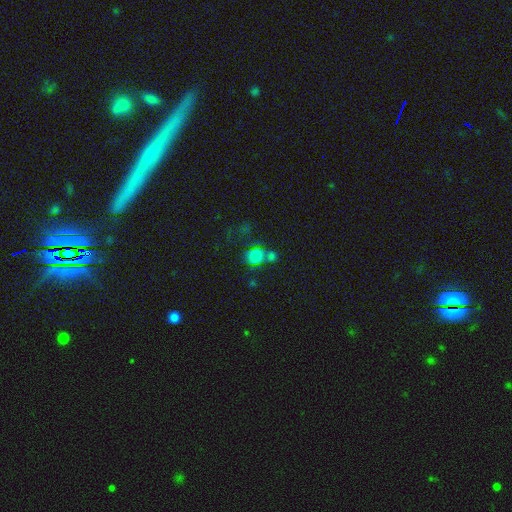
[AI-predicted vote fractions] smooth-or-featured: smooth: 69% | featured or disk: 16% | star or artifact: 15%
  how-rounded: round: 70% | in between: 28% | cigar-shaped: 1%
  merging: none: 38% | merger: 35% | minor disturbance: 14% | major disturbance: 12%